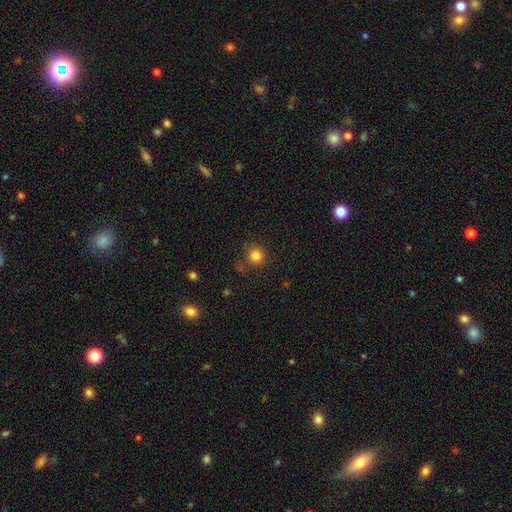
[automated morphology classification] A smooth galaxy with no disk features (82%) that is round (91%). Merging: none (79%).